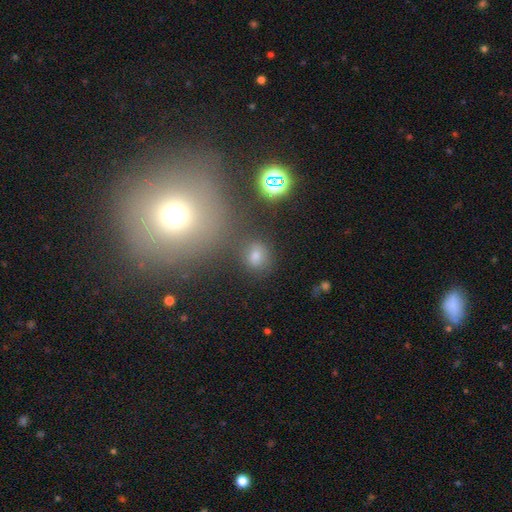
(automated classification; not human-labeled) Overall: smooth (69%). How rounded: round (64%; in between 34%). Merging: none (71%).